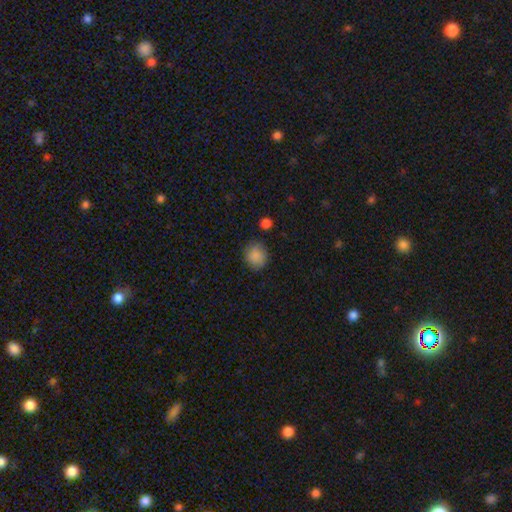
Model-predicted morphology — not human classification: Q: Smooth or featured?
A: smooth (87%); runner-up: star or artifact (9%)
Q: How rounded?
A: round (79%); runner-up: in between (21%)
Q: Merging?
A: none (80%); runner-up: minor disturbance (13%)